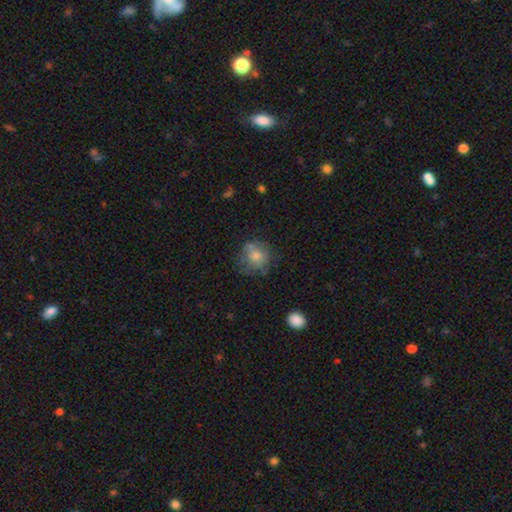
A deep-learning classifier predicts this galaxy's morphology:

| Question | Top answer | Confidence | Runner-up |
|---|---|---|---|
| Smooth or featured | smooth | 64% | featured or disk (25%) |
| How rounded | round | 83% | in between (16%) |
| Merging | none | 60% | minor disturbance (23%) |